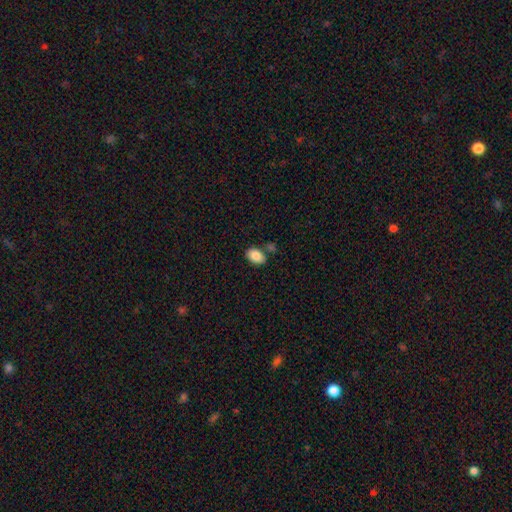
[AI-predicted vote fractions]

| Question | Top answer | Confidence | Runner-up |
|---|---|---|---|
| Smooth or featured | smooth | 87% | star or artifact (7%) |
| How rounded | in between | 88% | round (11%) |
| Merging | none | 72% | minor disturbance (13%) |